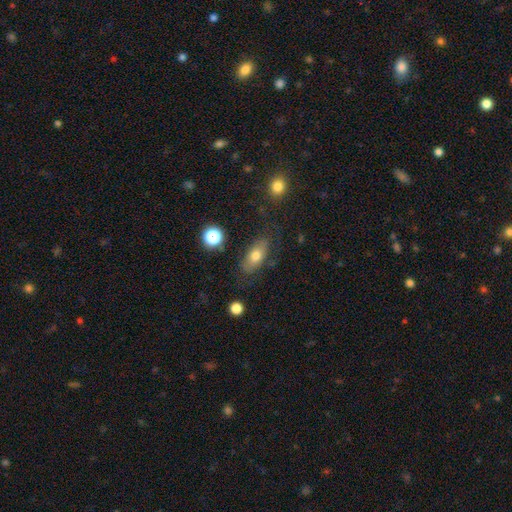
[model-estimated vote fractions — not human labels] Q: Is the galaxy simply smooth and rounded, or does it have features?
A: smooth — 70%.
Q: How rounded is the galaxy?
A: in between — 82%.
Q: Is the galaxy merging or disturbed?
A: none — 76%.